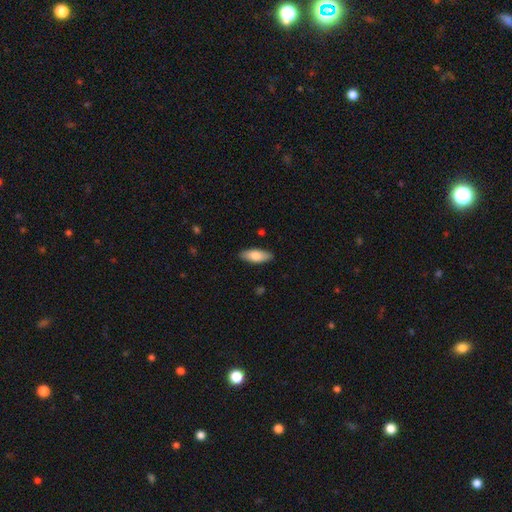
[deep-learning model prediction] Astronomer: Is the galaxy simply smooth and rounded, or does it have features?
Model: smooth — 80%.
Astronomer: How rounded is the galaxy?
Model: in between — 72%.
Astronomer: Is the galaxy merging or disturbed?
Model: none — 88%.